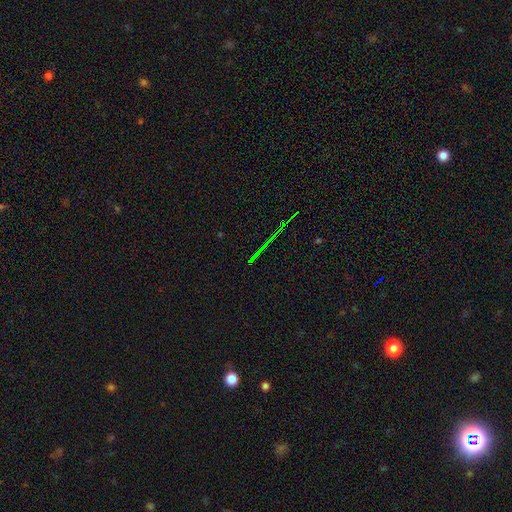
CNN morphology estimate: smooth-or-featured: star or artifact: 77% | featured or disk: 12% | smooth: 11%